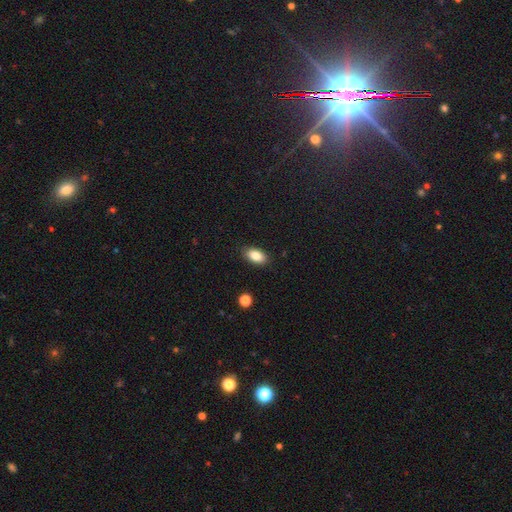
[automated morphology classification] Overall: smooth (85%). How rounded: in between (92%). Merging: none (88%).